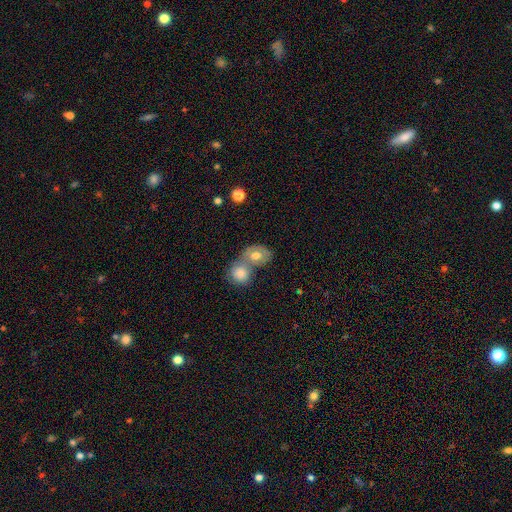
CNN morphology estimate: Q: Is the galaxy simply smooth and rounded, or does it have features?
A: smooth — 58%.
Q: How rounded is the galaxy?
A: round — 55%.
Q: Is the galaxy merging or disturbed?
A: merger — 49%.